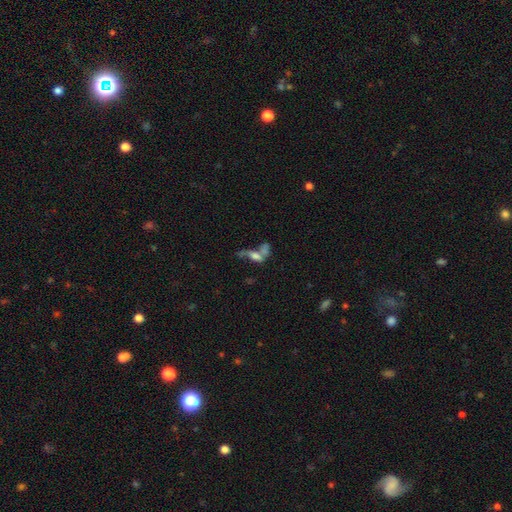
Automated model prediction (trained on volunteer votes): Morphology: type=featured or disk (45%); merging=merger (50%).